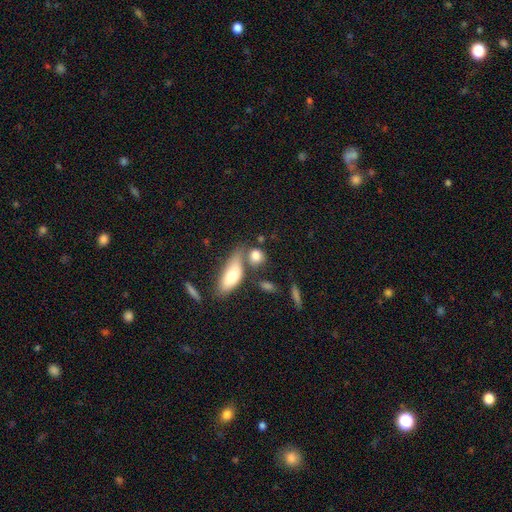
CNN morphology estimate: type=smooth (81%); roundness=round (57%); merging=none (52%).